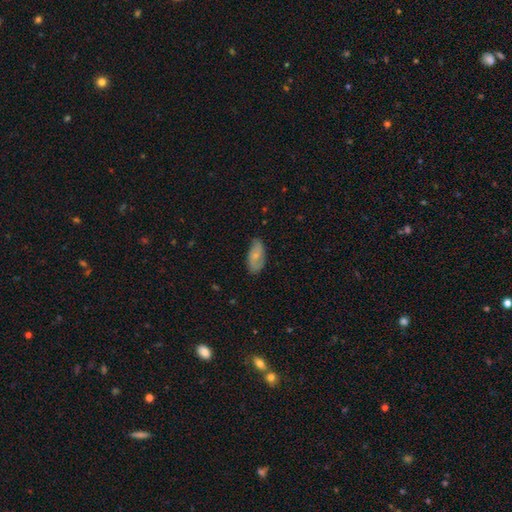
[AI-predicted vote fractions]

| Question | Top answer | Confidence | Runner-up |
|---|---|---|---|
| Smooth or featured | smooth | 64% | featured or disk (29%) |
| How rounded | in between | 88% | cigar-shaped (9%) |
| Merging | none | 75% | minor disturbance (20%) |